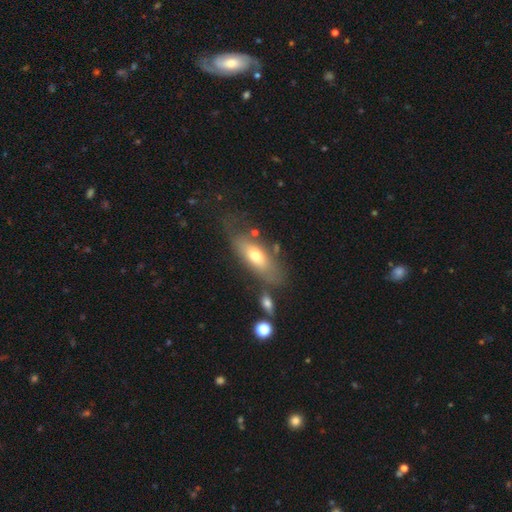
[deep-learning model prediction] This appears to be a smooth galaxy with no disk features (60%) that is in between round and cigar-shaped (71%). Merging: none (58%).